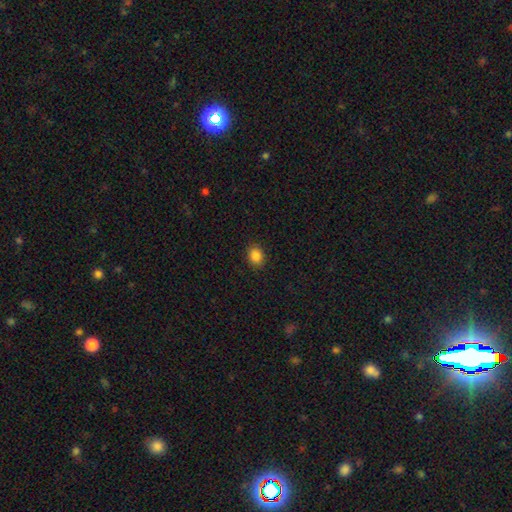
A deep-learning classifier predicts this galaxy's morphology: Smooth or featured?
  - smooth: 86% *
  - star or artifact: 10%
  - featured or disk: 4%
How rounded?
  - round: 52% *
  - in between: 47%
  - cigar-shaped: 1%
Merging?
  - none: 89% *
  - minor disturbance: 8%
  - major disturbance: 2%
  - merger: 1%